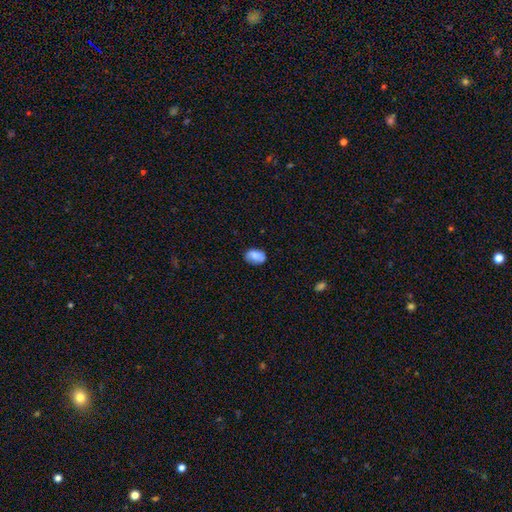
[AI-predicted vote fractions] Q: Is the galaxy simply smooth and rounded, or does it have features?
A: smooth — 82%.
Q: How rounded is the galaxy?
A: in between — 87%.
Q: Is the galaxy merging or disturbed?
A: none — 78%.